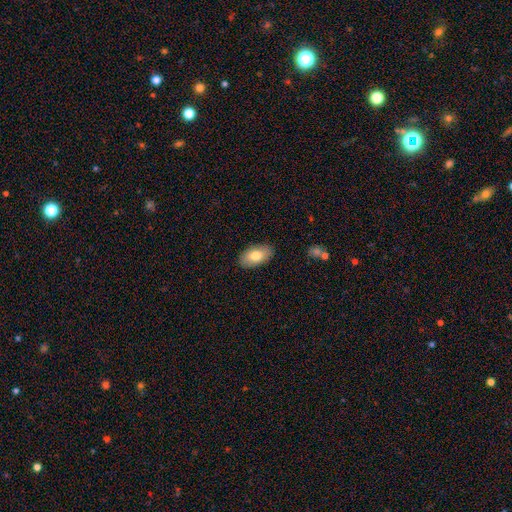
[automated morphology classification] smooth_or_featured: smooth (p=0.77) [alt: featured or disk p=0.17]
how_rounded: in between (p=0.94) [alt: round p=0.04]
merging: none (p=0.88) [alt: minor disturbance p=0.09]